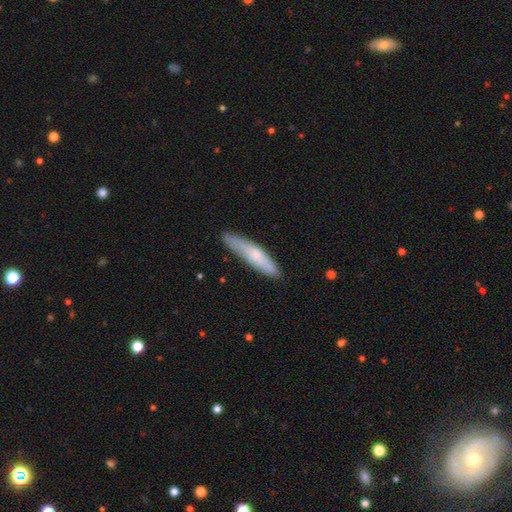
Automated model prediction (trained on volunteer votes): smooth-or-featured: smooth: 65% | featured or disk: 29% | star or artifact: 6%
  how-rounded: cigar-shaped: 85% | in between: 13% | round: 1%
  merging: none: 81% | minor disturbance: 15% | major disturbance: 2% | merger: 1%